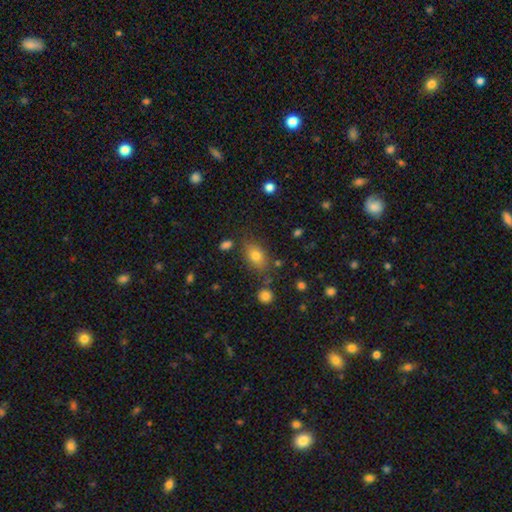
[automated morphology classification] The model was most divided on "merging": none: 74%, minor disturbance: 15%, merger: 6%, major disturbance: 5%. More confident: how rounded — in between (82%); smooth or featured — smooth (77%).